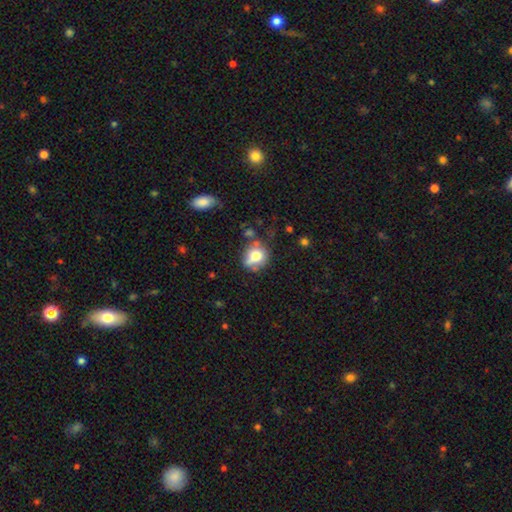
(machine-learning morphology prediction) This appears to be a smooth galaxy with no disk features (71%) that is round (73%). Merging: none (53%).